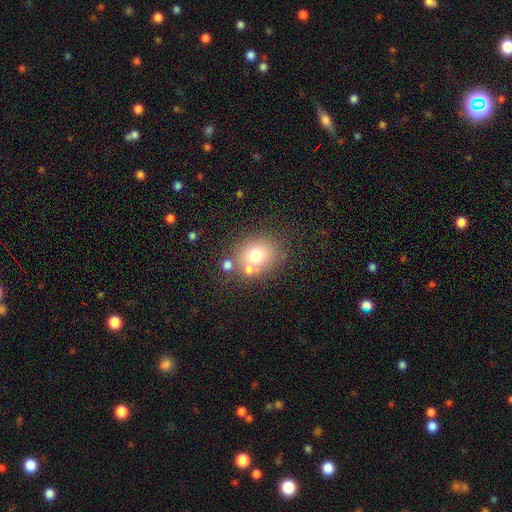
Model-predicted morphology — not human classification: A smooth galaxy with no disk features (70%) that is round (66%). Merging: none (65%).